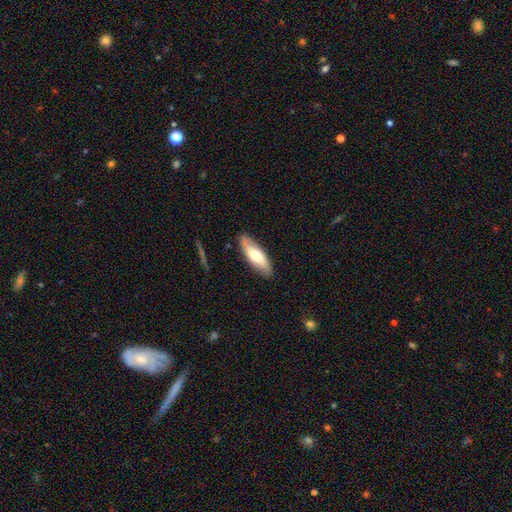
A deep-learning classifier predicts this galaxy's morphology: Smooth or featured? Predicted: smooth (p=0.63). How rounded? Predicted: in between (p=0.66). Merging? Predicted: none (p=0.86).